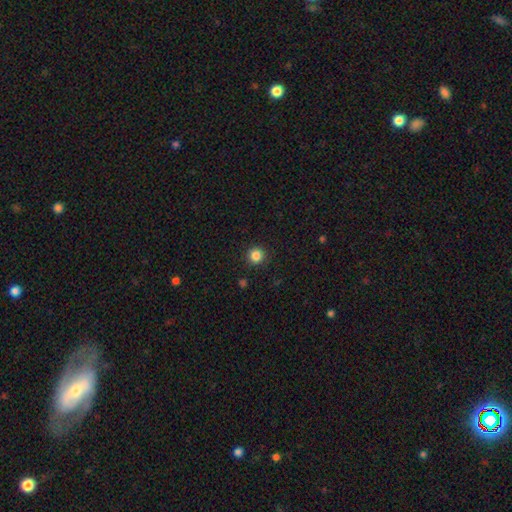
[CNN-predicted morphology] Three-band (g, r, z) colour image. It shows a smooth galaxy with no disk features (85%) that is round (95%). Merging: none (92%).